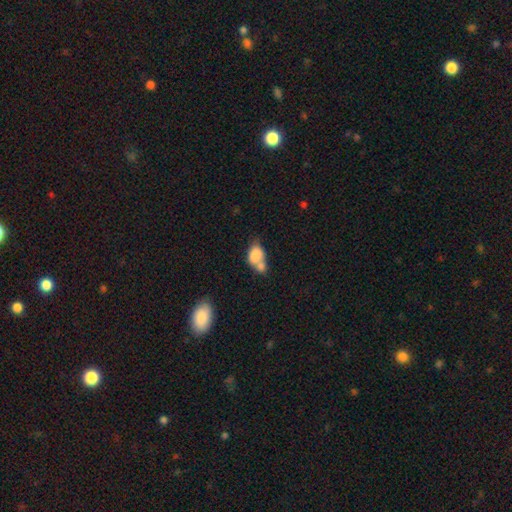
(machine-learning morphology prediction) smooth-or-featured: smooth: 79% | featured or disk: 13% | star or artifact: 8%
  how-rounded: in between: 78% | round: 20% | cigar-shaped: 2%
  merging: merger: 63% | none: 21% | minor disturbance: 11% | major disturbance: 6%